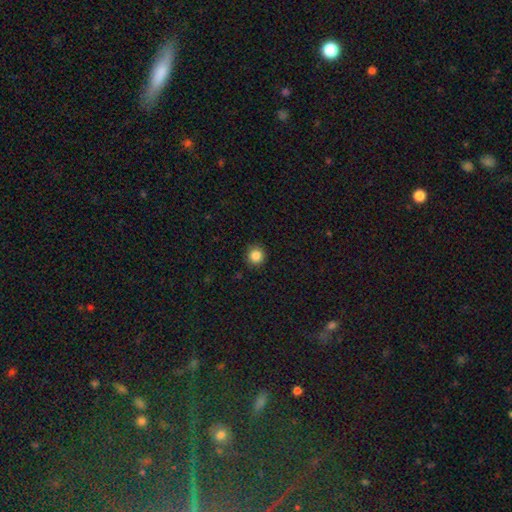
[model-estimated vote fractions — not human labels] This is clearly a smooth galaxy (86%). How rounded: clearly round (93%). Merging: clearly none (92%).